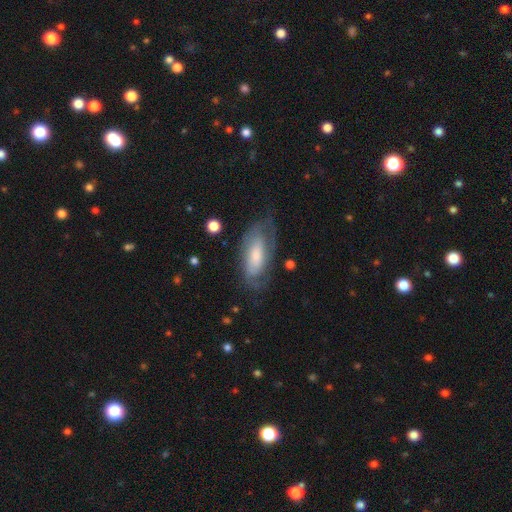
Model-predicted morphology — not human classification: Smooth or featured? Predicted: featured or disk (p=0.56). Edge-on disk? Predicted: no (p=0.87). Merging? Predicted: none (p=0.61).